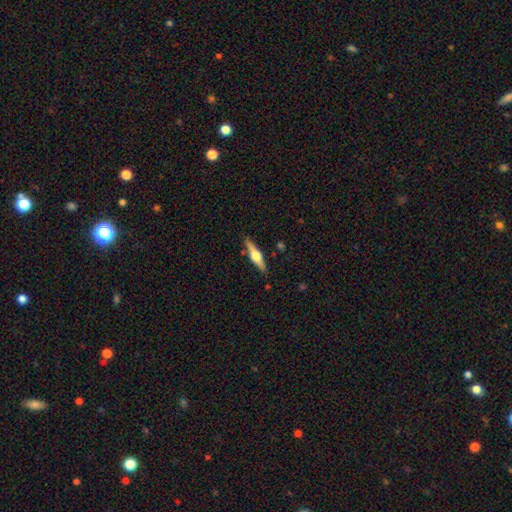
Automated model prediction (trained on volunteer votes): A featured or disk galaxy (68%) viewed edge-on (97%) with a rounded central bulge (94%). Merging: none (88%).